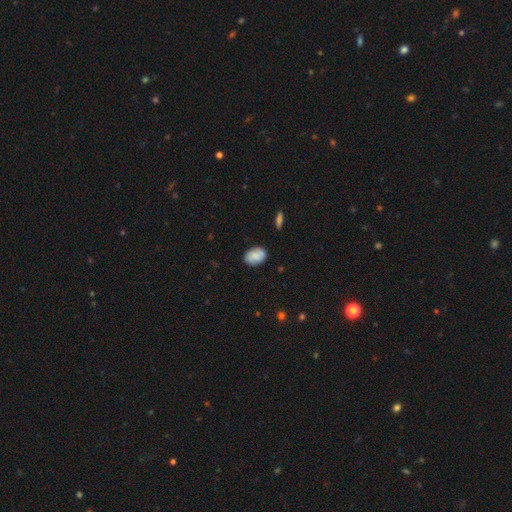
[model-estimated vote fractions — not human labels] Smooth or featured: smooth — 82% (featured or disk — 11%)
How rounded: in between — 81% (round — 18%)
Merging: none — 82% (minor disturbance — 14%)